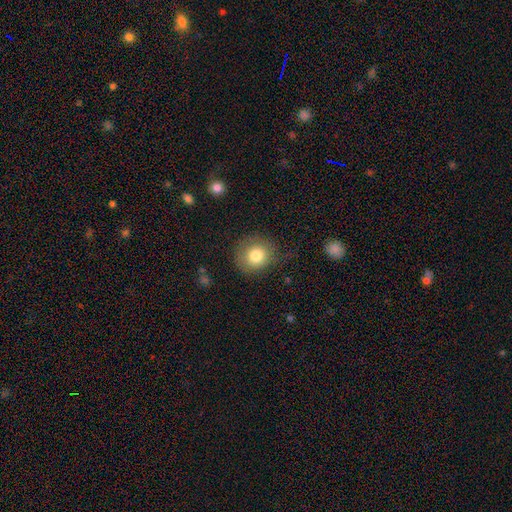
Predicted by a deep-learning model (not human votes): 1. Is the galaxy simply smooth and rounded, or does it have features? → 80% smooth, 10% featured or disk, 9% star or artifact.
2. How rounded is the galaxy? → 84% round, 15% in between, 1% cigar-shaped.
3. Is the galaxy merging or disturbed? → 73% none, 18% minor disturbance, 7% major disturbance, 2% merger.